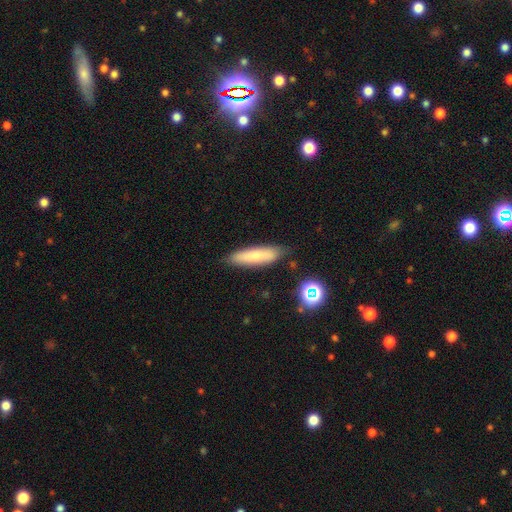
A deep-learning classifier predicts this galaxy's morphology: Overall: smooth (72%). How rounded: cigar-shaped (72%). Merging: none (82%).